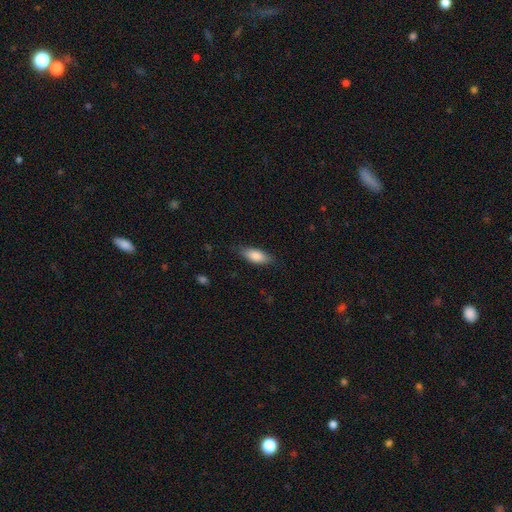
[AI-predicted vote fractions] Q: Smooth or featured?
A: smooth (84%); runner-up: featured or disk (9%)
Q: How rounded?
A: in between (80%); runner-up: cigar-shaped (18%)
Q: Merging?
A: none (81%); runner-up: minor disturbance (14%)